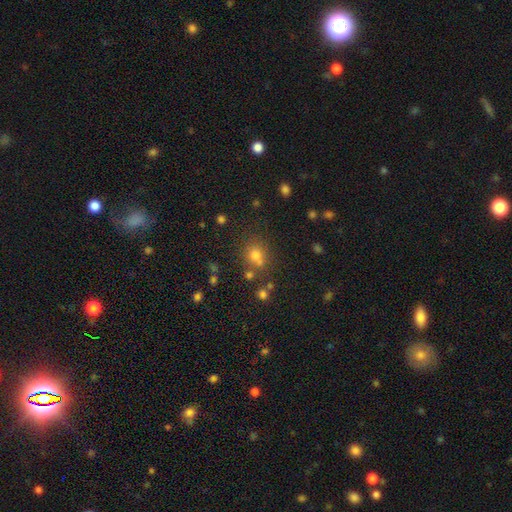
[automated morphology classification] Smooth or featured? Predicted: smooth (p=0.70). How rounded? Predicted: round (p=0.78). Merging? Predicted: none (p=0.63).